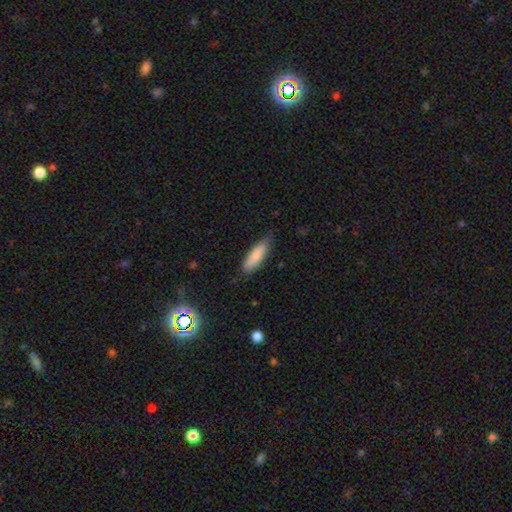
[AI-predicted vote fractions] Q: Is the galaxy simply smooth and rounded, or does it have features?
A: smooth — 83%.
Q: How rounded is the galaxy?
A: cigar-shaped — 53%.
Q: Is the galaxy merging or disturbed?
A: none — 77%.